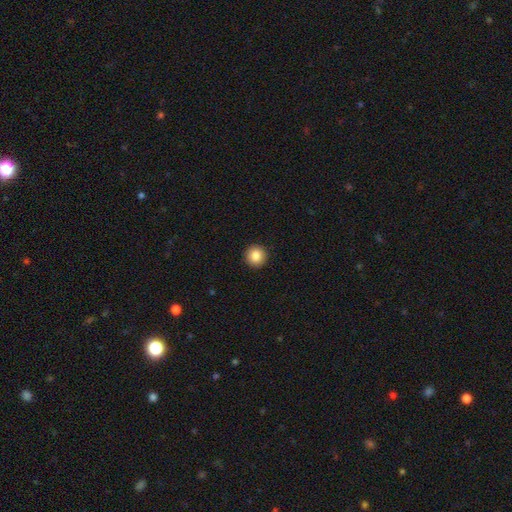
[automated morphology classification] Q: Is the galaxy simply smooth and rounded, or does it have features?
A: smooth — 86%.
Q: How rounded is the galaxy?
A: round — 95%.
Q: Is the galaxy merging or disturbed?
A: none — 94%.